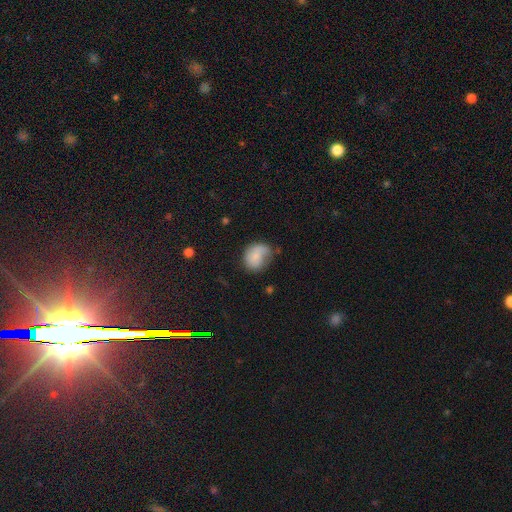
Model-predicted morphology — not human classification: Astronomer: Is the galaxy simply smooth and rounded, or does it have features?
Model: smooth — 74%.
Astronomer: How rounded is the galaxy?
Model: round — 54% (runner-up: in between, 45%).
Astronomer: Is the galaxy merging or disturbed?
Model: none — 42% (runner-up: minor disturbance, 32%).